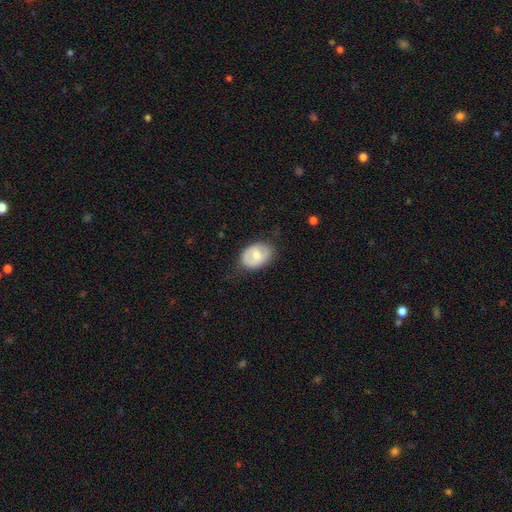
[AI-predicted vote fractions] smooth_or_featured: smooth (p=0.60) [alt: featured or disk p=0.33]
how_rounded: in between (p=0.75) [alt: round p=0.24]
merging: none (p=0.73) [alt: minor disturbance p=0.20]